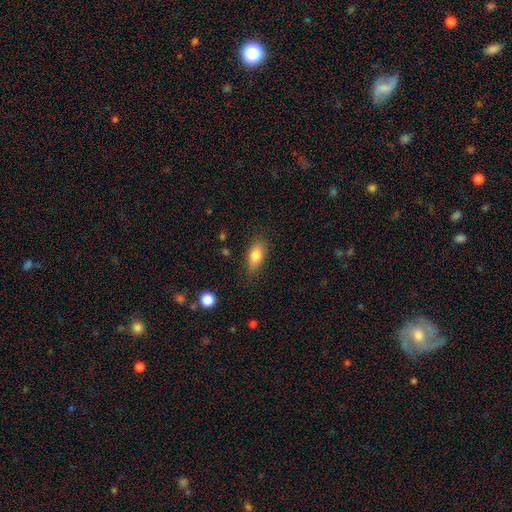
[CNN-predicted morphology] Smooth or featured: smooth — 79% (featured or disk — 13%)
How rounded: in between — 83% (cigar-shaped — 12%)
Merging: none — 82% (minor disturbance — 14%)